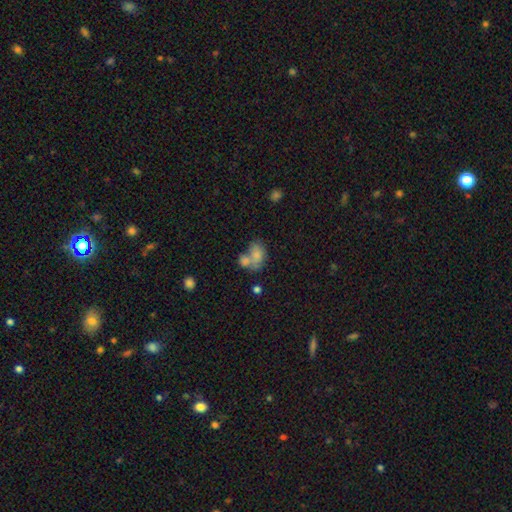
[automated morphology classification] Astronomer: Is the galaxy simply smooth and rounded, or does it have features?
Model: smooth — 73%.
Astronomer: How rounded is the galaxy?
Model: in between — 77%.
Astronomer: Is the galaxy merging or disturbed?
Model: merger — 56%.